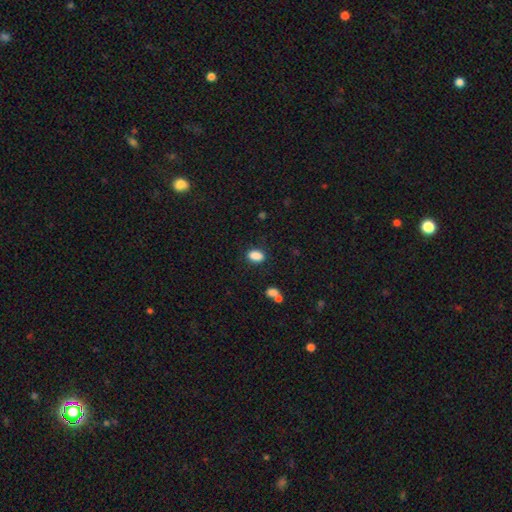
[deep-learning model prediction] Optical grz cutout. It shows a smooth galaxy with no disk features (88%) that is in between round and cigar-shaped (86%). Merging: none (83%).